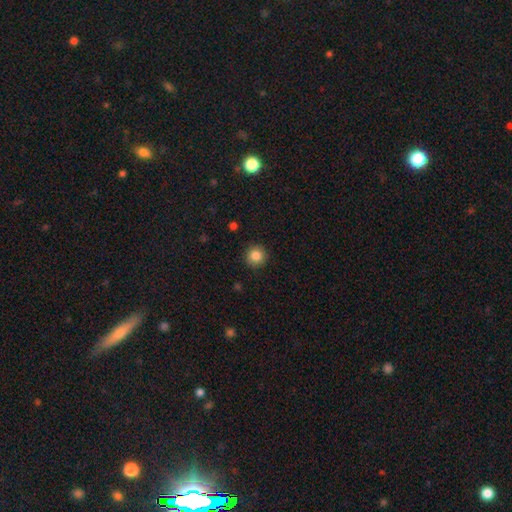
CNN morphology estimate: Smooth or featured? smooth (85%)
How rounded? round (94%)
Merging? none (90%)